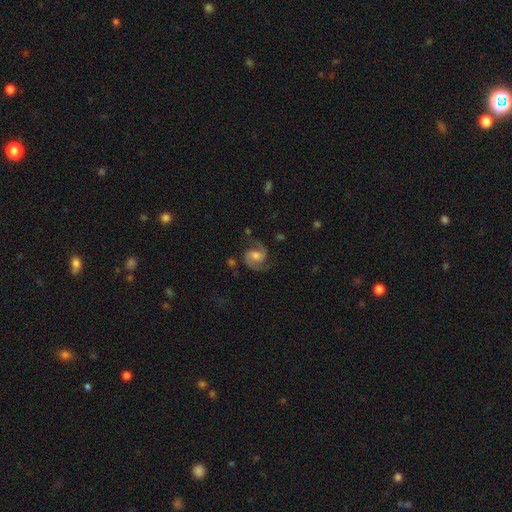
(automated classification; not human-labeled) Smooth or featured: featured or disk — 86% (smooth — 8%)
Edge-on disk: no — 98% (yes — 2%)
Bar: no — 44% (weak — 43%)
Spiral arms: yes — 97% (no — 3%)
Spiral winding: medium — 58% (loose — 24%)
Spiral arm count: 2 — 93% (can't tell — 2%)
Bulge size: moderate — 57% (small — 29%)
Merging: none — 76% (minor disturbance — 15%)